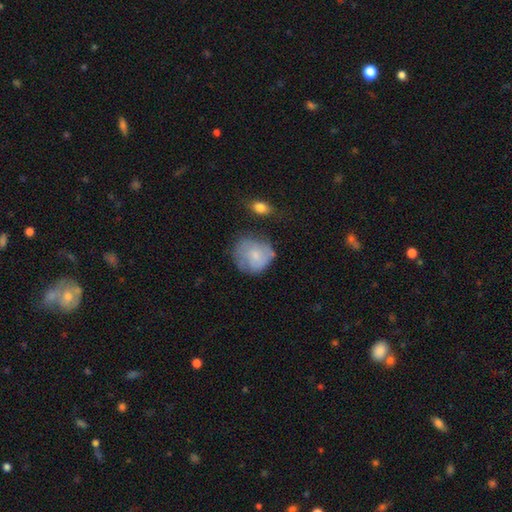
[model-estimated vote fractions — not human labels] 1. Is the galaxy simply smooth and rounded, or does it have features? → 58% smooth, 35% featured or disk, 7% star or artifact.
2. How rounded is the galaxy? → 77% round, 22% in between, 1% cigar-shaped.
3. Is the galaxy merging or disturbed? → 53% none, 29% minor disturbance, 14% major disturbance, 5% merger.